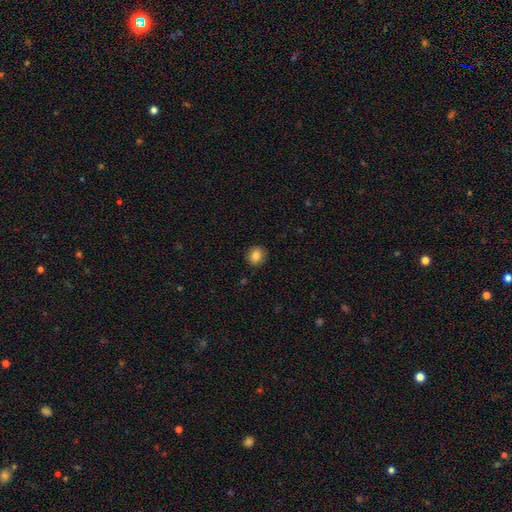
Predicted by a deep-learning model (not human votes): This appears to be a smooth galaxy with no disk features (84%) that is round (78%). Merging: none (90%).